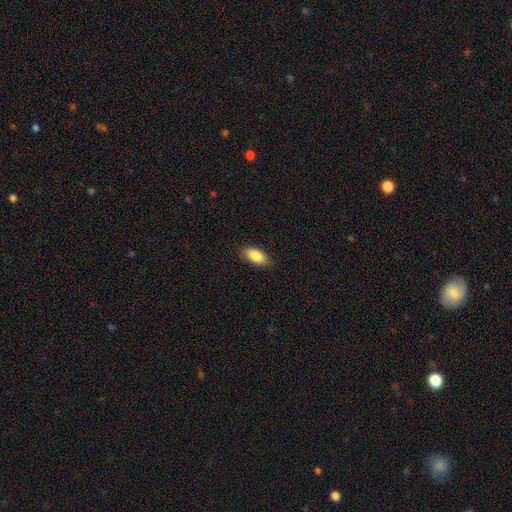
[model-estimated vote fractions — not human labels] Overall: smooth (87%). How rounded: in between (90%). Merging: none (85%).